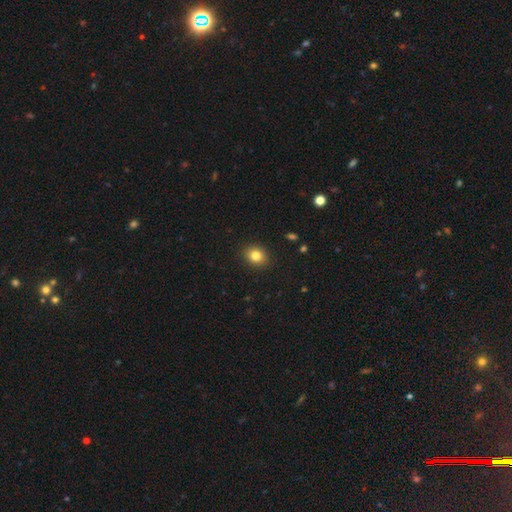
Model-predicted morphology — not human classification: This appears to be a smooth galaxy with no disk features (83%) that is round (64%). Merging: none (90%).